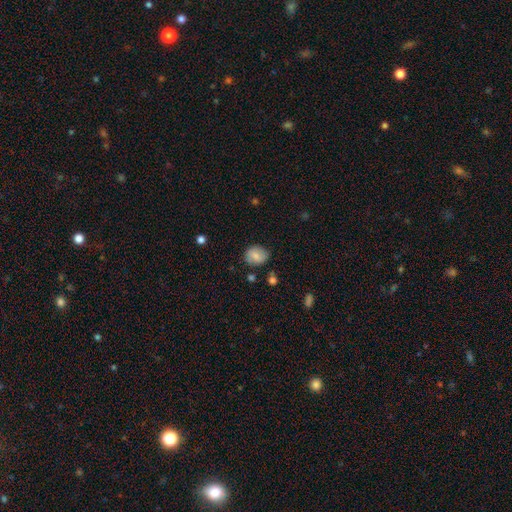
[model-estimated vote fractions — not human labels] Overall: smooth (71%). How rounded: round (61%; in between 38%). Merging: none (76%).